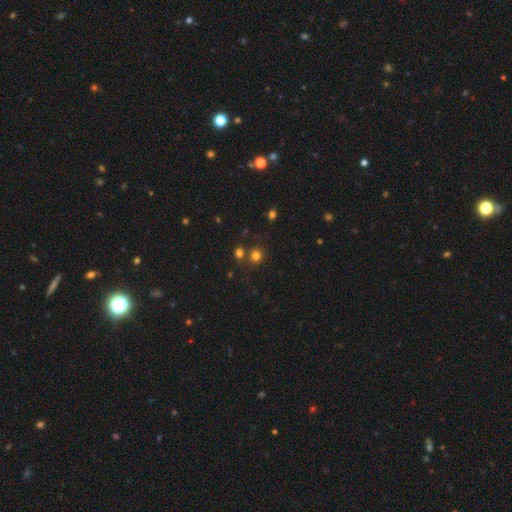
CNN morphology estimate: The model was most divided on "smooth or featured": smooth: 74%, star or artifact: 20%, featured or disk: 6%. More confident: how rounded — round (89%); merging — none (72%).